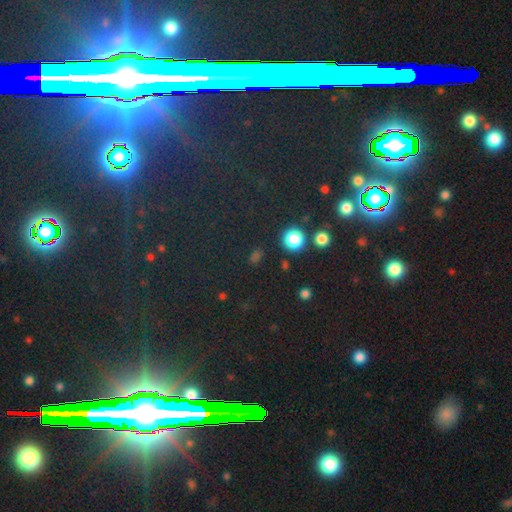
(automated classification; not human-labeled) Morphology: type=smooth (63%); roundness=round (78%); merging=none (87%).